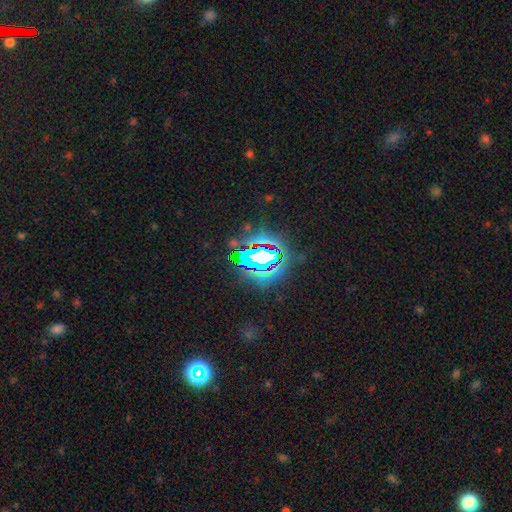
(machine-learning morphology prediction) Q: Smooth or featured?
A: star or artifact (78%); runner-up: smooth (11%)